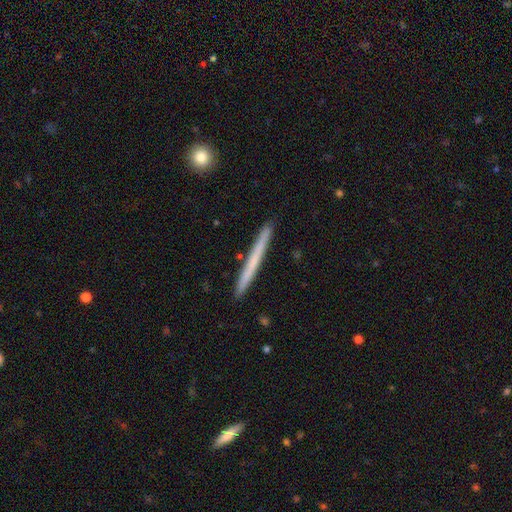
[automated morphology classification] Overall: smooth (54%; featured or disk 39%). How rounded: cigar-shaped (97%). Merging: none (92%).